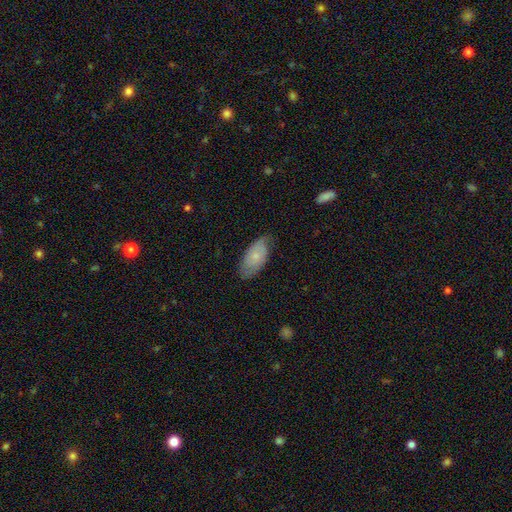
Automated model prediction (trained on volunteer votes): This appears to be a smooth galaxy with no disk features (62%) that is in between round and cigar-shaped (92%). Merging: none (68%).